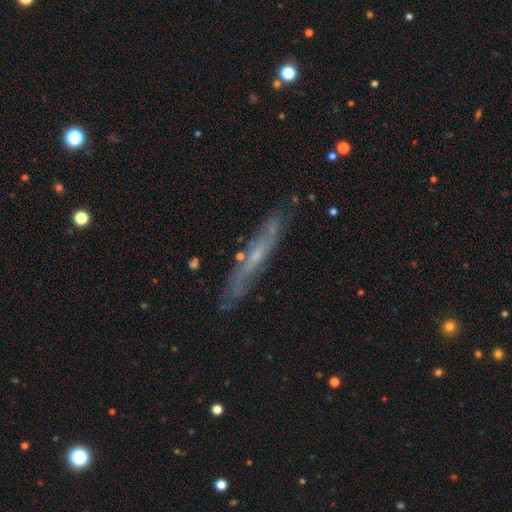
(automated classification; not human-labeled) The model was most divided on "smooth or featured": featured or disk: 64%, smooth: 29%, star or artifact: 8%. More confident: merging — none (75%); edge-on disk — yes (70%).